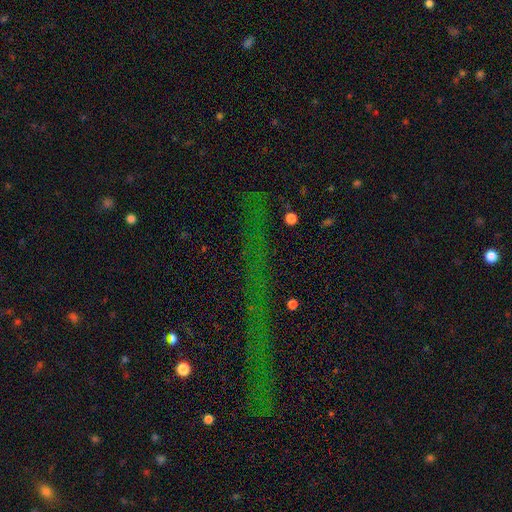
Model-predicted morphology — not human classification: Smooth or featured? star or artifact (80%)